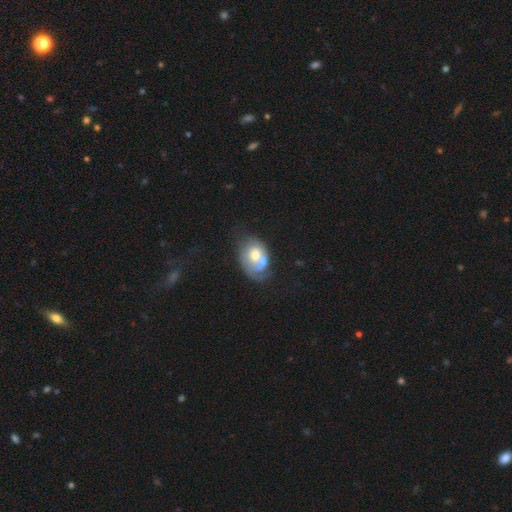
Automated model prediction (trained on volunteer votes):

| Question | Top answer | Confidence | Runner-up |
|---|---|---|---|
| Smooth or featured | smooth | 46% | tied: featured or disk (46%) |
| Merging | merger | 34% | none (27%) |